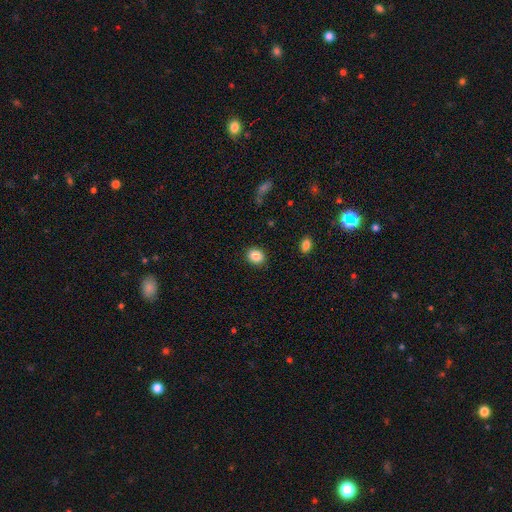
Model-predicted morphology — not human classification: The model was most divided on "how rounded": round: 64%, in between: 35%, cigar-shaped: 1%. More confident: merging — none (89%); smooth or featured — smooth (88%).